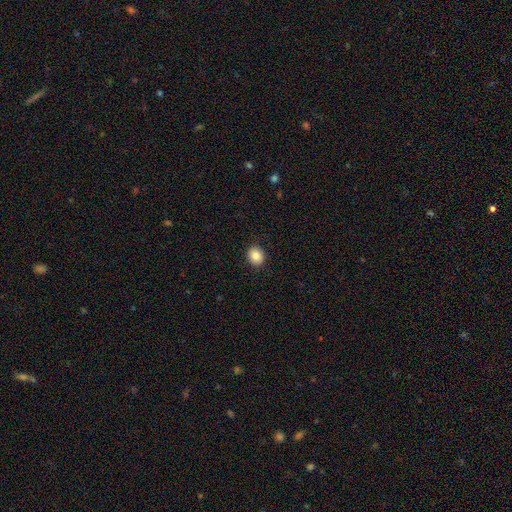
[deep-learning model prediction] The model was most divided on "how rounded": round: 71%, in between: 28%, cigar-shaped: 1%. More confident: merging — none (91%); smooth or featured — smooth (85%).